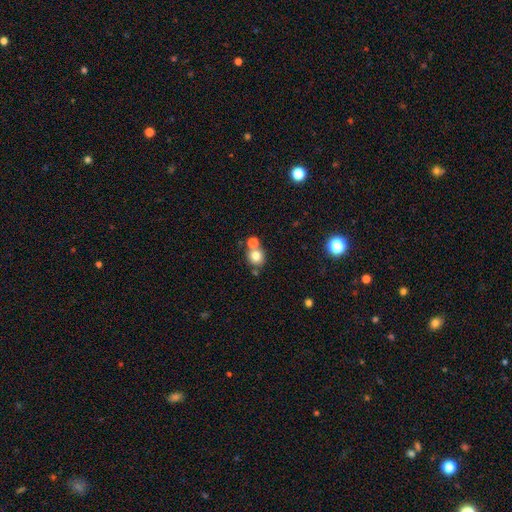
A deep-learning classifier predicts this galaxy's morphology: This is likely a smooth galaxy (77%). How rounded: clearly round (83%). Merging: possibly none (58%).